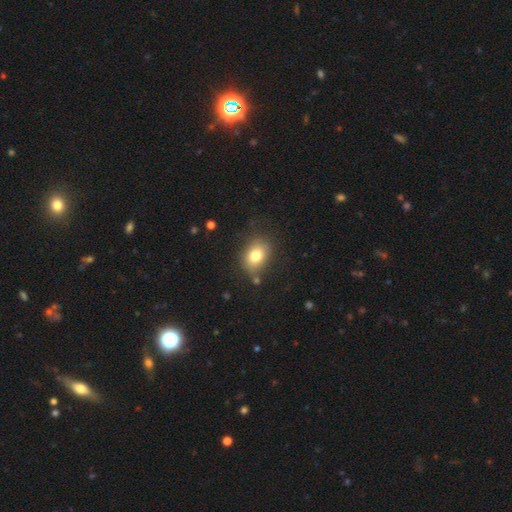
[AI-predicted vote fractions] This is likely a smooth galaxy (78%). How rounded: likely in between (64%). Merging: likely none (75%).